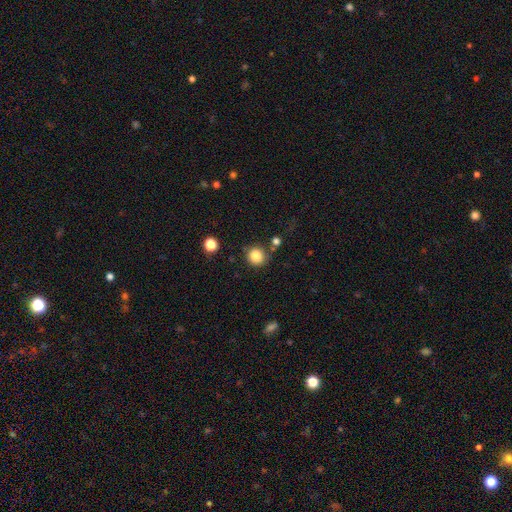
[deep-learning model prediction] This appears to be a smooth galaxy with no disk features (84%) that is round (91%). Merging: none (79%).